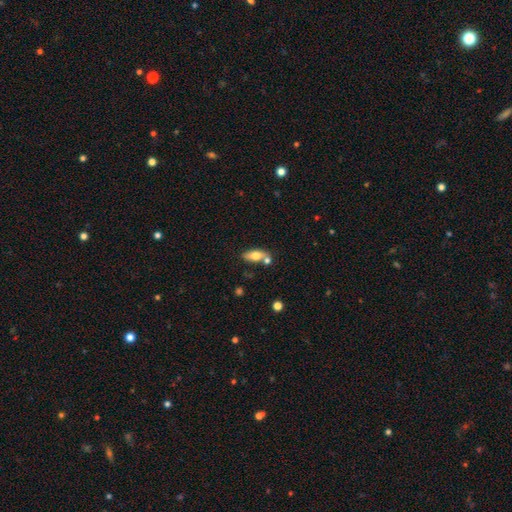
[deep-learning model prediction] Morphology: type=smooth (66%); roundness=in between (78%); merging=none (62%).